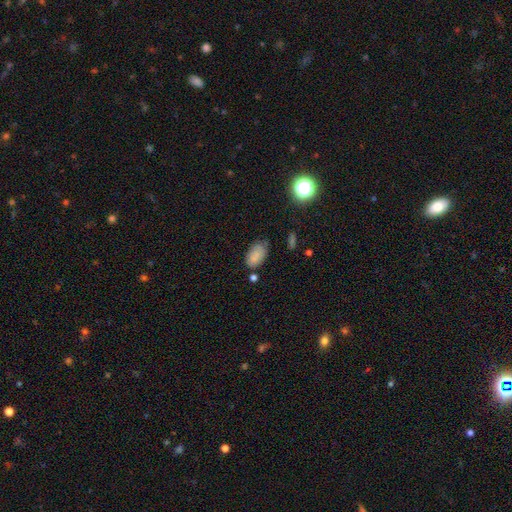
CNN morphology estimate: Smooth or featured: smooth — 82% (star or artifact — 9%)
How rounded: in between — 92% (round — 6%)
Merging: none — 65% (minor disturbance — 23%)